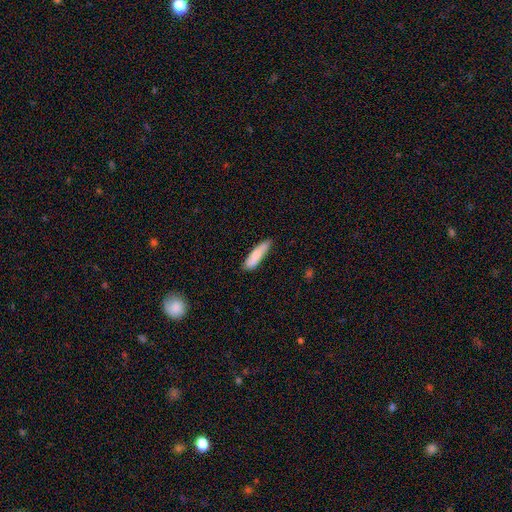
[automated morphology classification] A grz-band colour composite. It shows a smooth galaxy with no disk features (80%) that is cigar-shaped (68%). Merging: none (79%).